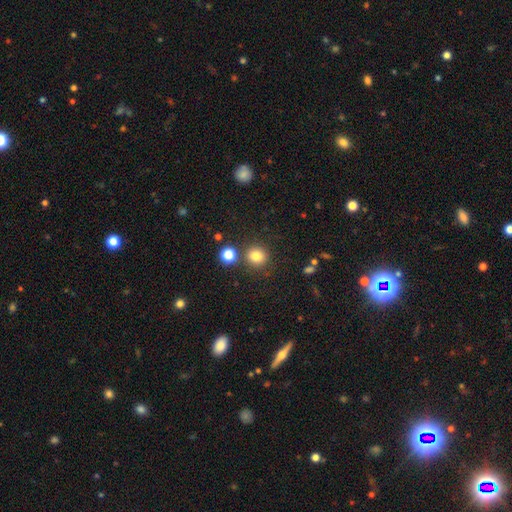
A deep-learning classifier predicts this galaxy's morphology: A smooth galaxy with no disk features (81%) that is round (88%).

Vote fractions:
- Smooth or featured? smooth: 81% / star or artifact: 13% / featured or disk: 6%
- How rounded? round: 88% / in between: 11% / cigar-shaped: 1%
- Merging? none: 80% / merger: 9% / minor disturbance: 8% / major disturbance: 3%